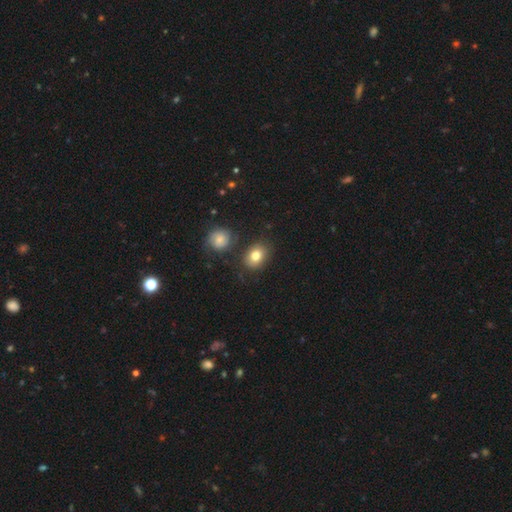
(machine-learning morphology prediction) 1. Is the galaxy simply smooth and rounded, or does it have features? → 80% smooth, 11% featured or disk, 9% star or artifact.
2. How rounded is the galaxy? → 60% in between, 39% round, 1% cigar-shaped.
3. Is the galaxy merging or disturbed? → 80% none, 11% minor disturbance, 6% merger, 3% major disturbance.